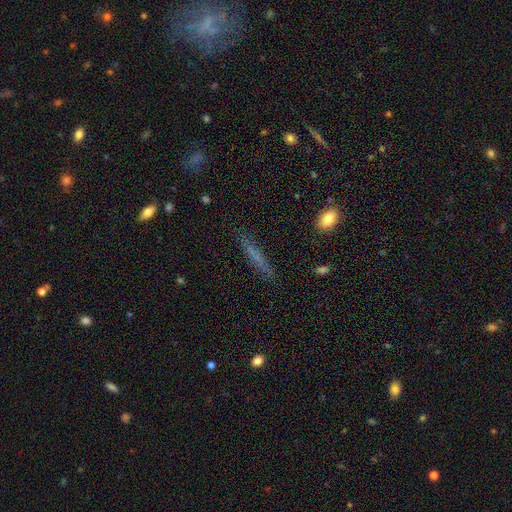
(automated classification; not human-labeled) A smooth galaxy with no disk features (55%) that is cigar-shaped (92%). Merging: none (84%).